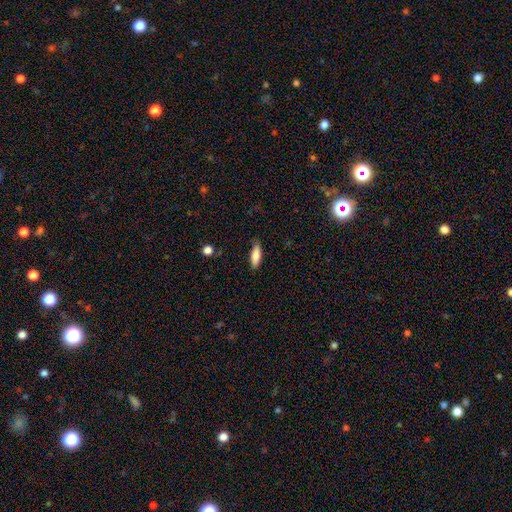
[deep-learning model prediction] Smooth or featured: smooth — 84% (featured or disk — 10%)
How rounded: in between — 58% (cigar-shaped — 40%)
Merging: none — 83% (minor disturbance — 13%)